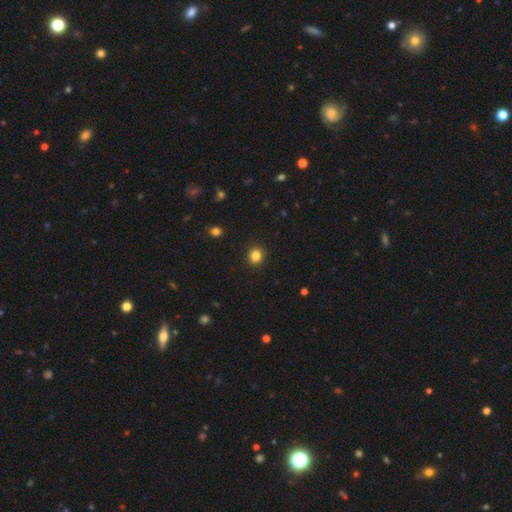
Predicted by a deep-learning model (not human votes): Smooth or featured?
  - smooth: 84% *
  - star or artifact: 12%
  - featured or disk: 5%
How rounded?
  - round: 83% *
  - in between: 17%
  - cigar-shaped: 1%
Merging?
  - none: 92% *
  - minor disturbance: 5%
  - major disturbance: 2%
  - merger: 1%